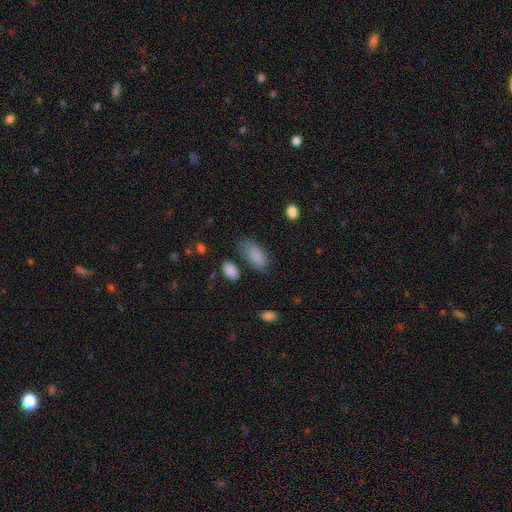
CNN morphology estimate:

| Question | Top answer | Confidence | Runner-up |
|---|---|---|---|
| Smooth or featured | smooth | 86% | star or artifact (8%) |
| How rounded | in between | 91% | cigar-shaped (6%) |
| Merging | none | 57% | minor disturbance (27%) |